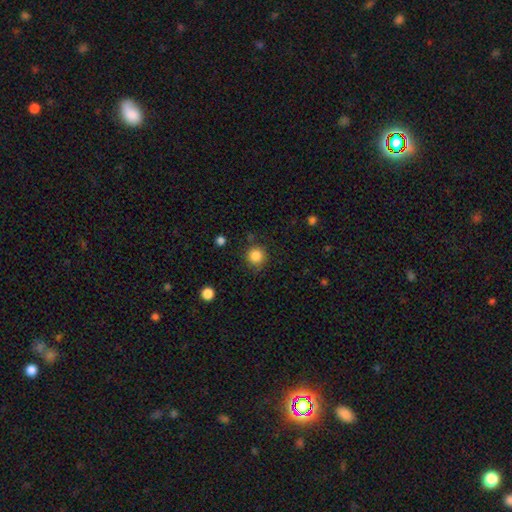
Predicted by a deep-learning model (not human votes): The model was most divided on "merging": none: 83%, minor disturbance: 11%, major disturbance: 4%, merger: 3%. More confident: how rounded — round (93%); smooth or featured — smooth (85%).